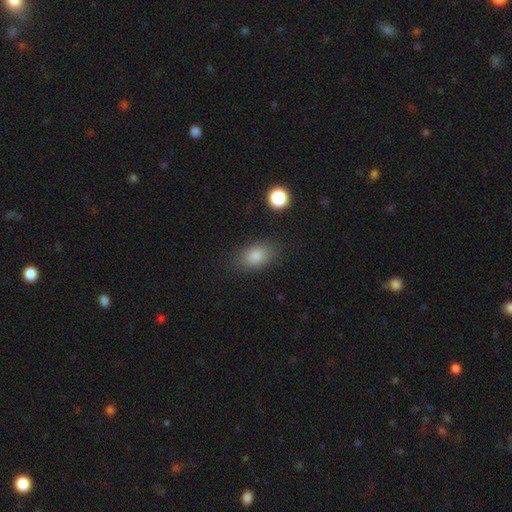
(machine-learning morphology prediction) The model was most divided on "how rounded": in between: 82%, round: 15%, cigar-shaped: 2%. More confident: merging — none (83%); smooth or featured — smooth (82%).